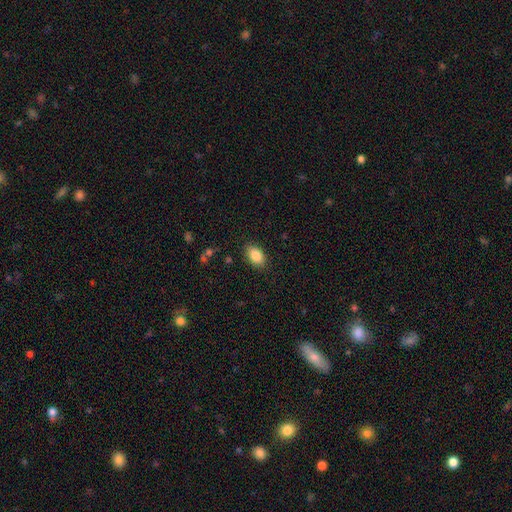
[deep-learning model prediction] smooth 86%, star or artifact 8%, featured or disk 6%. Down the decision tree: how rounded — in between (88%); merging — none (87%).